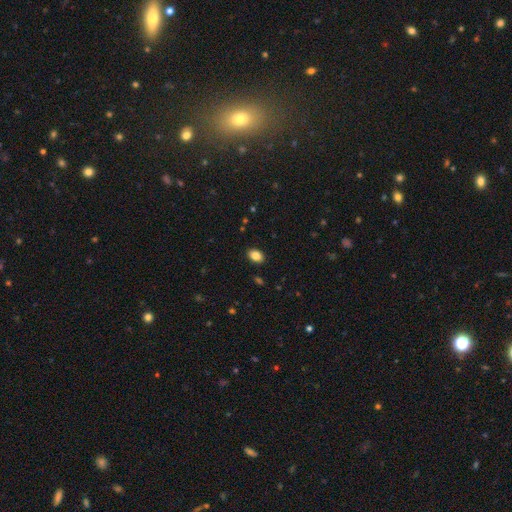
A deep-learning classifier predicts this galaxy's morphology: A smooth galaxy with no disk features (86%) that is in between round and cigar-shaped (80%).

Vote fractions:
- Smooth or featured? smooth: 86% / star or artifact: 9% / featured or disk: 5%
- How rounded? in between: 80% / round: 19% / cigar-shaped: 1%
- Merging? none: 89% / minor disturbance: 8% / major disturbance: 2% / merger: 1%